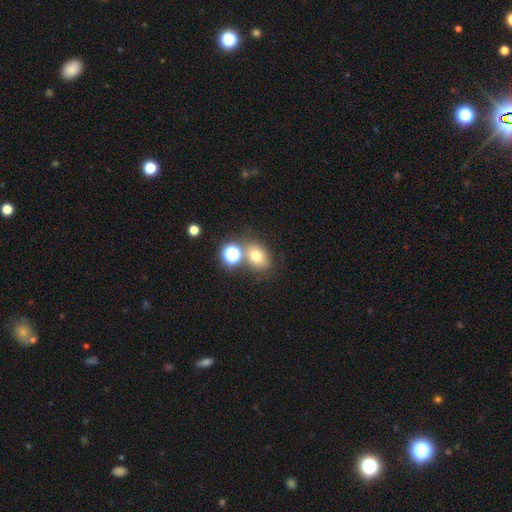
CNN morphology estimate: smooth-or-featured: smooth: 71% | star or artifact: 18% | featured or disk: 12%
  how-rounded: in between: 55% | round: 44% | cigar-shaped: 1%
  merging: none: 62% | merger: 21% | minor disturbance: 12% | major disturbance: 5%